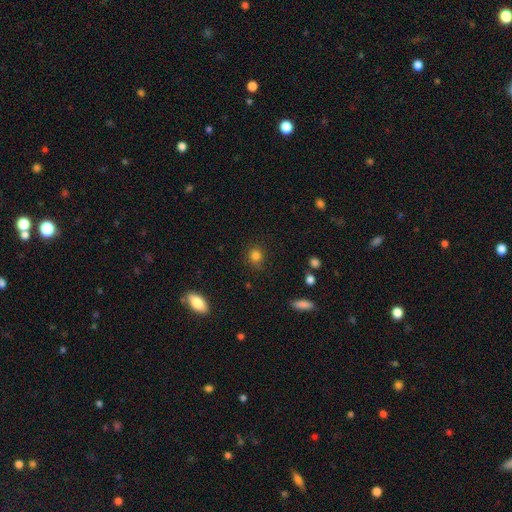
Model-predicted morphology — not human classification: smooth_or_featured: smooth (p=0.83) [alt: star or artifact p=0.12]
how_rounded: round (p=0.78) [alt: in between p=0.21]
merging: none (p=0.83) [alt: minor disturbance p=0.12]